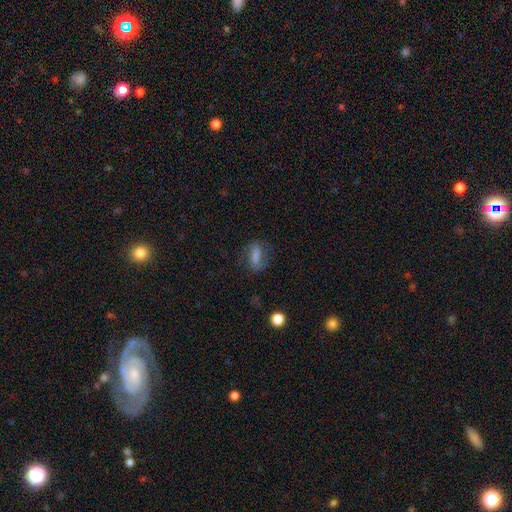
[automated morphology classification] A smooth galaxy with no disk features (56%) that is in between round and cigar-shaped (66%). Merging: none (72%).